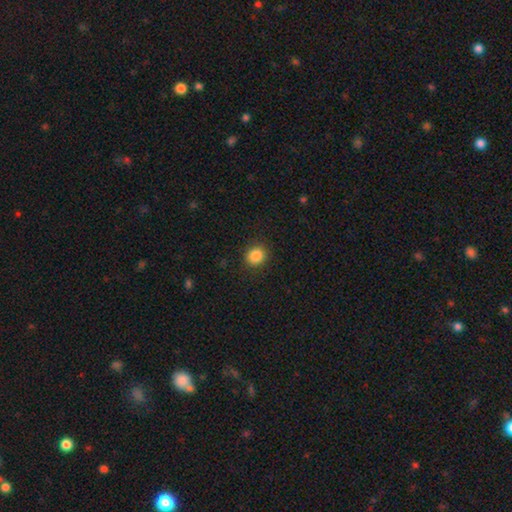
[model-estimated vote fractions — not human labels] smooth 87%, star or artifact 10%, featured or disk 4%. Down the decision tree: how rounded — round (79%); merging — none (90%).